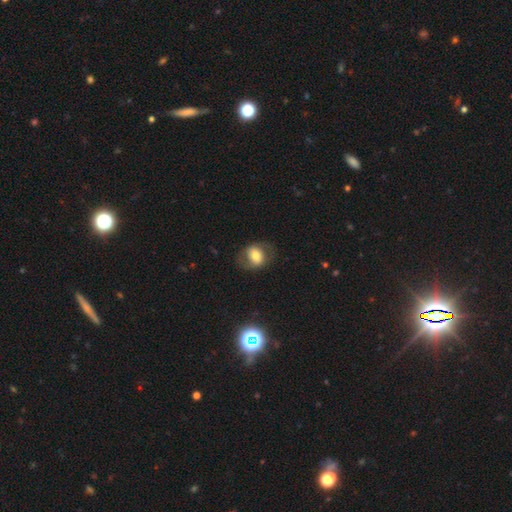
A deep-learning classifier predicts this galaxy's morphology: Smooth or featured? Predicted: smooth (p=0.57). How rounded? Predicted: in between (p=0.59). Merging? Predicted: none (p=0.70).